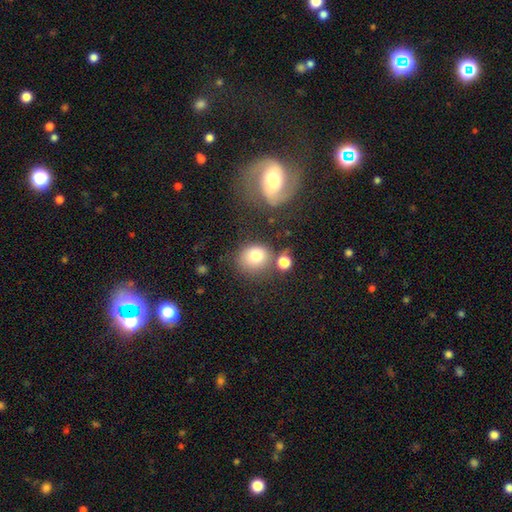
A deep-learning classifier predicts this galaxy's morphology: smooth 79%, featured or disk 11%, star or artifact 11%. Down the decision tree: how rounded — round (76%); merging — none (63%).